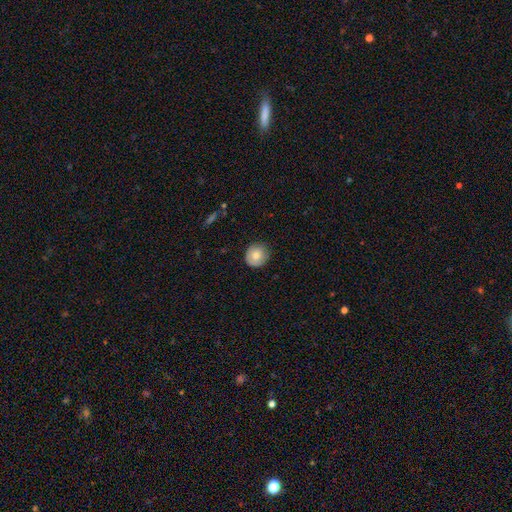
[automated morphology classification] type=smooth (74%); roundness=round (90%); merging=none (82%).